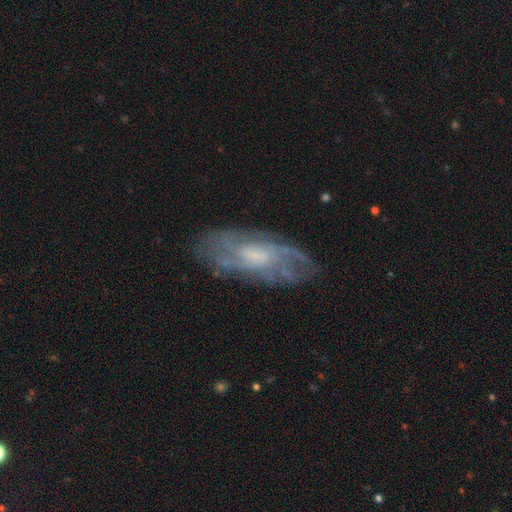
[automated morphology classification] Smooth or featured?
  - featured or disk: 74% *
  - smooth: 19%
  - star or artifact: 7%
Edge-on disk?
  - no: 89% *
  - yes: 11%
Bar?
  - no: 57% *
  - weak: 37%
  - strong: 6%
Spiral arms?
  - yes: 85% *
  - no: 15%
Spiral winding?
  - tight: 44% *
  - medium: 40%
  - loose: 16%
Spiral arm count?
  - can't tell: 50% *
  - 2: 17%
  - 3: 13%
  - 4: 11%
  - more than 4: 5%
  - 1: 4%
Bulge size?
  - small: 38% *
  - moderate: 32%
  - none: 21%
  - large: 7%
  - dominant: 1%
Merging?
  - none: 72% *
  - minor disturbance: 18%
  - major disturbance: 8%
  - merger: 2%